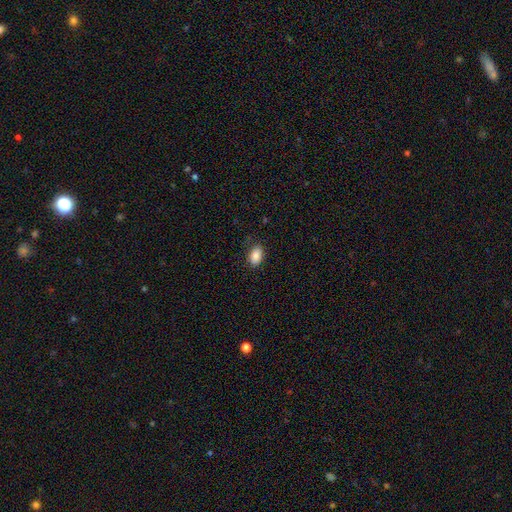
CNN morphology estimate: smooth 87%, star or artifact 8%, featured or disk 5%. Down the decision tree: how rounded — in between (90%); merging — none (82%).